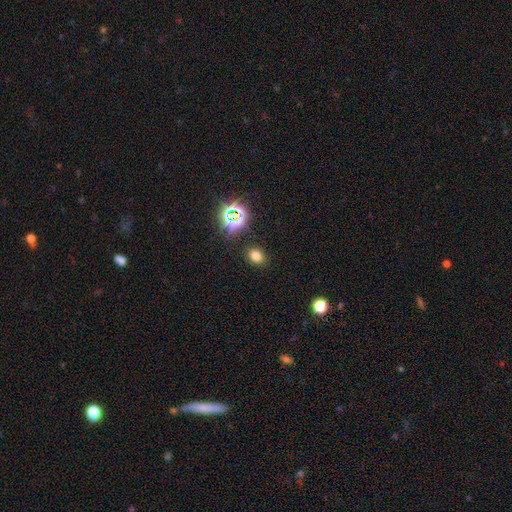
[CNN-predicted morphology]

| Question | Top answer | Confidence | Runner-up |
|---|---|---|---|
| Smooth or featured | smooth | 71% | star or artifact (23%) |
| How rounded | in between | 52% | round (46%) |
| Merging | none | 85% | minor disturbance (10%) |